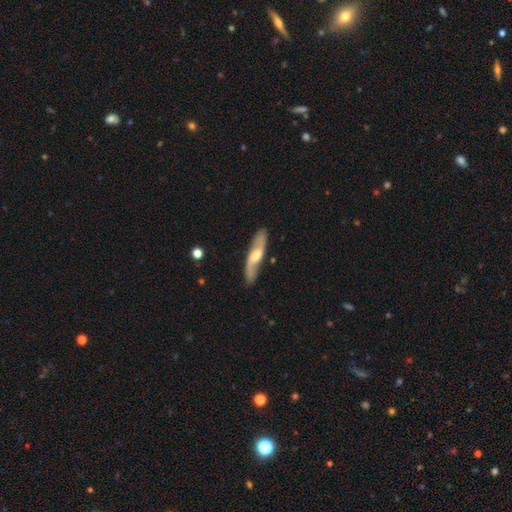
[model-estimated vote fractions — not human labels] A featured or disk galaxy (65%).

Vote fractions:
- Smooth or featured? featured or disk: 65% / smooth: 31% / star or artifact: 5%
- Edge-on disk? no: 67% / yes: 33%
- Merging? none: 84% / minor disturbance: 11% / major disturbance: 3% / merger: 2%